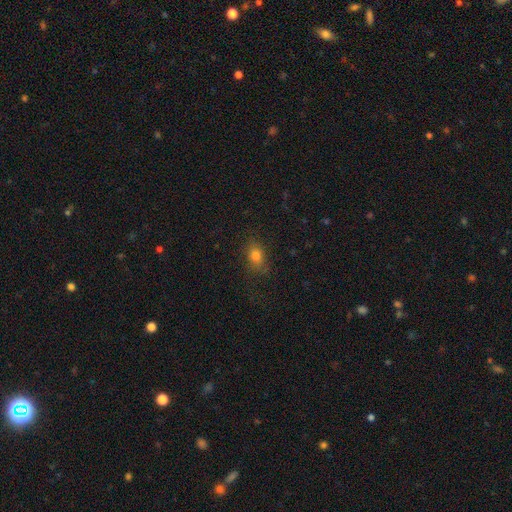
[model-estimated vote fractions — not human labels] Smooth or featured? Predicted: smooth (p=0.78). How rounded? Predicted: in between (p=0.67). Merging? Predicted: none (p=0.77).